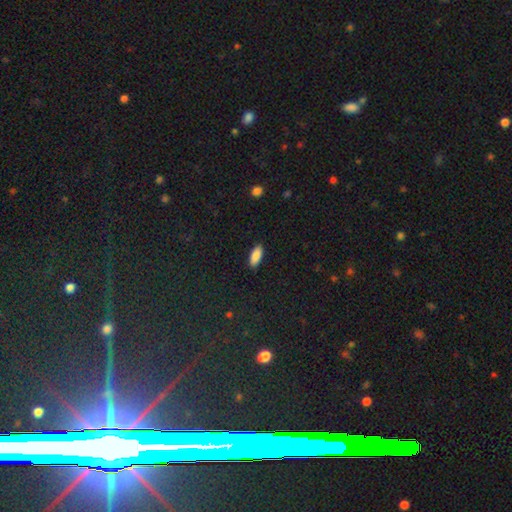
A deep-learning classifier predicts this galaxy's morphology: smooth 89%, star or artifact 7%, featured or disk 4%. Down the decision tree: how rounded — in between (83%); merging — none (89%).